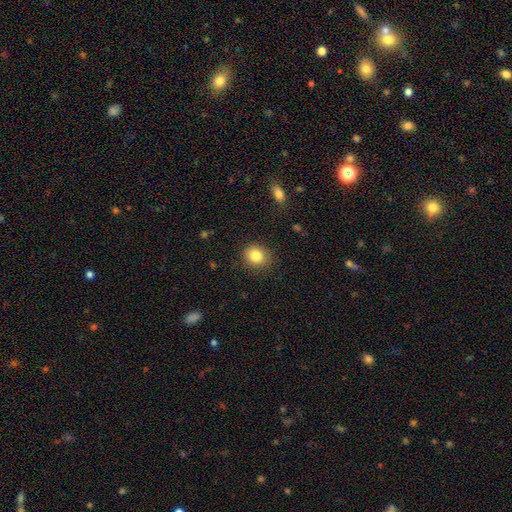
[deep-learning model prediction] Smooth or featured? smooth (84%)
How rounded? round (76%)
Merging? none (87%)